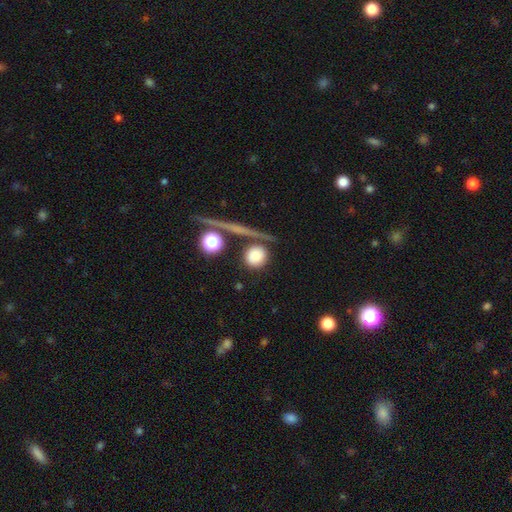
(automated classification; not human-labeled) This is likely a smooth galaxy (77%). How rounded: clearly round (89%). Merging: likely none (73%).